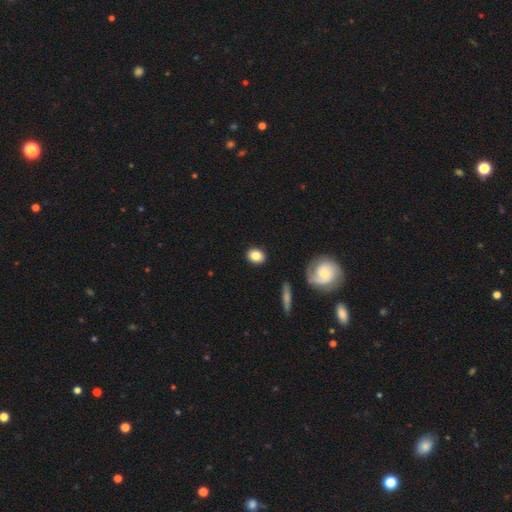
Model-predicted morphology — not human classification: A smooth galaxy with no disk features (83%) that is in between round and cigar-shaped (51%). Merging: none (88%).